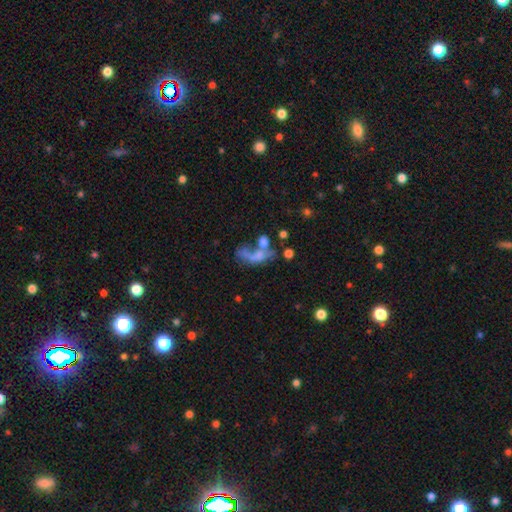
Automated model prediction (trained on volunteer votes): Smooth or featured? Predicted: smooth (p=0.48). Merging? Predicted: merger (p=0.43).